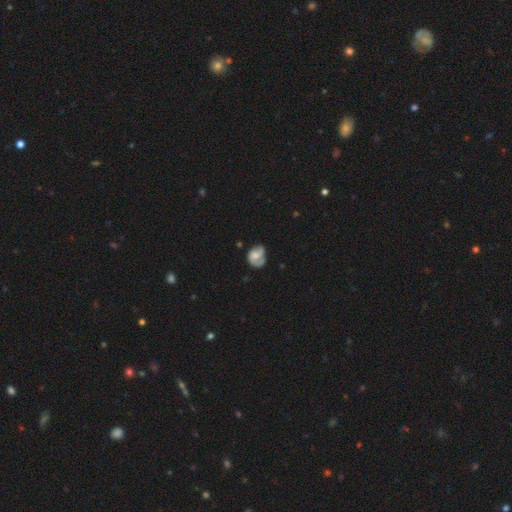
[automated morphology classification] This appears to be a featured or disk galaxy (52%) with no bar (70%), spiral arms (79%) and a moderate central bulge (38%). Merging: none (46%).